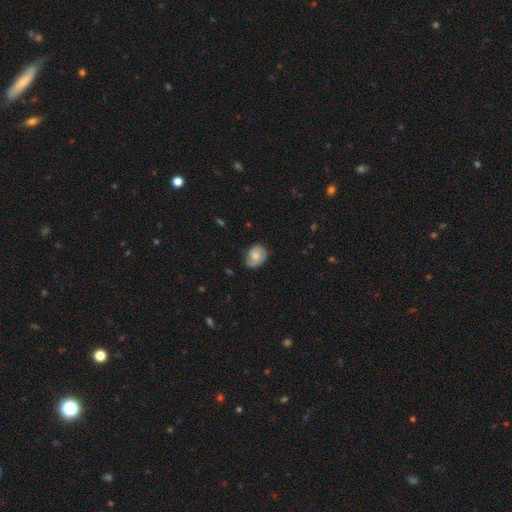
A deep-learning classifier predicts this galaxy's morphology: Q: Smooth or featured?
A: smooth (49%); runner-up: featured or disk (43%)
Q: Merging?
A: none (66%); runner-up: minor disturbance (26%)